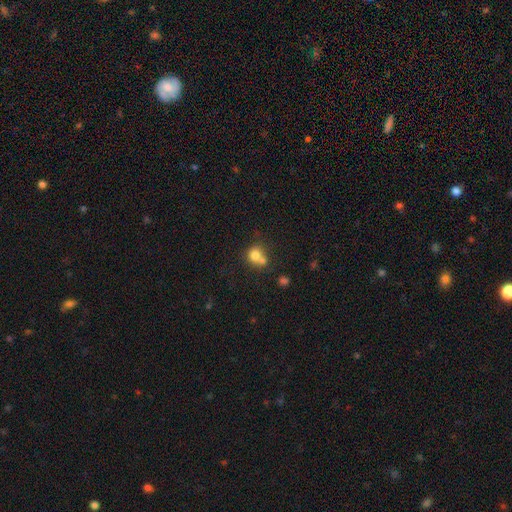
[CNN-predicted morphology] The model was most divided on "merging": merger: 49%, none: 38%, minor disturbance: 9%, major disturbance: 4%. More confident: how rounded — round (81%); smooth or featured — smooth (77%).